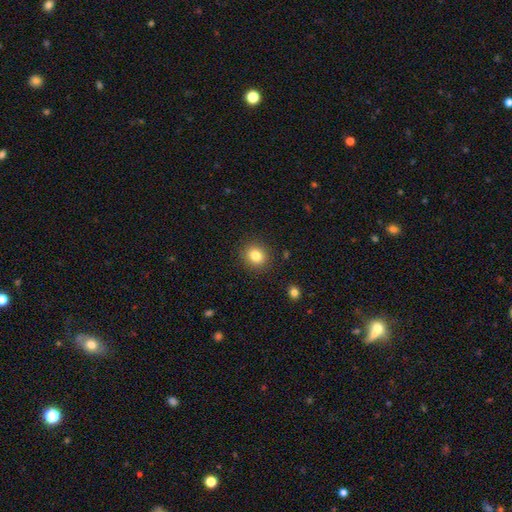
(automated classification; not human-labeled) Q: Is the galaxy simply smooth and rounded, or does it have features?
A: smooth — 82%.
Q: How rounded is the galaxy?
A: round — 79%.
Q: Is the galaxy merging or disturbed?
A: none — 89%.